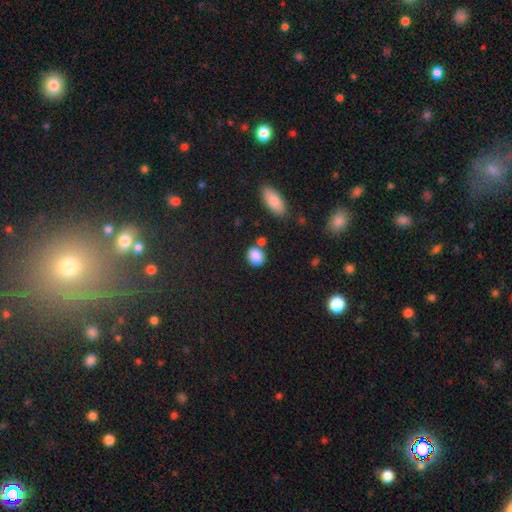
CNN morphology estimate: Smooth or featured: smooth — 87% (star or artifact — 9%)
How rounded: round — 60% (in between — 38%)
Merging: none — 71% (minor disturbance — 13%)